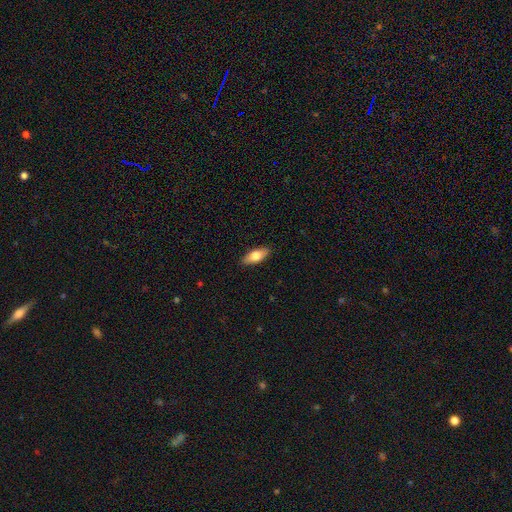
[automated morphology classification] The model was most divided on "smooth or featured": smooth: 74%, featured or disk: 20%, star or artifact: 6%. More confident: merging — none (88%); how rounded — in between (79%).